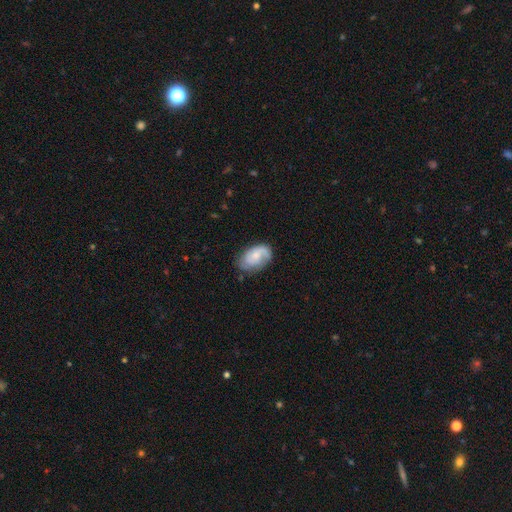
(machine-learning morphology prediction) Smooth or featured? Predicted: featured or disk (p=0.60). Edge-on disk? Predicted: no (p=0.96). Bar? Predicted: no (p=0.68). Spiral arms? Predicted: yes (p=0.89). Spiral winding? Predicted: medium (p=0.41). Spiral arm count? Predicted: 2 (p=0.57). Bulge size? Predicted: small (p=0.52). Merging? Predicted: none (p=0.66).